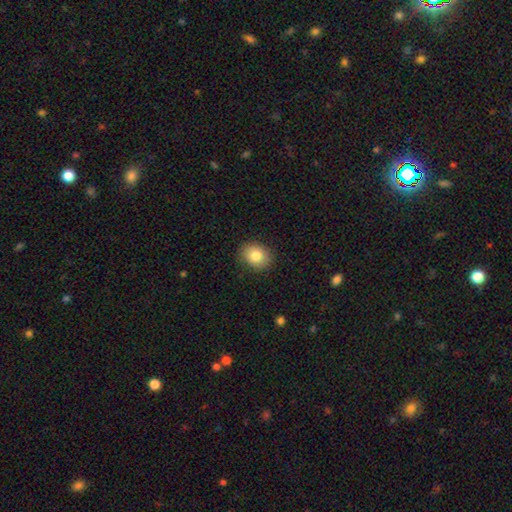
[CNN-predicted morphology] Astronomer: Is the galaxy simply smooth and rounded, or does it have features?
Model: smooth — 83%.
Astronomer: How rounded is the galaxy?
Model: round — 56% (runner-up: in between, 43%).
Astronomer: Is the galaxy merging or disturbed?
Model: none — 88%.